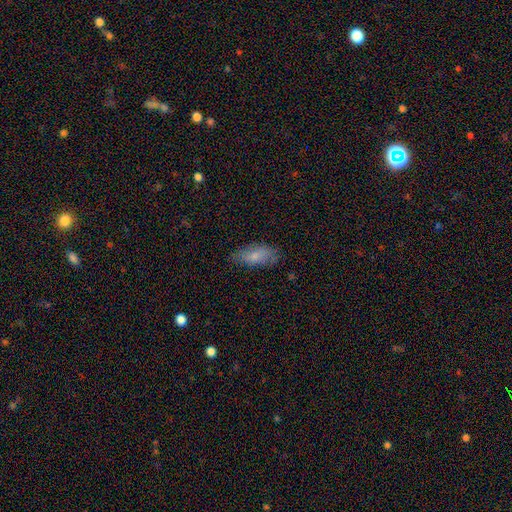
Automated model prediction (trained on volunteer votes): Smooth or featured? smooth (74%)
How rounded? in between (86%)
Merging? none (72%)